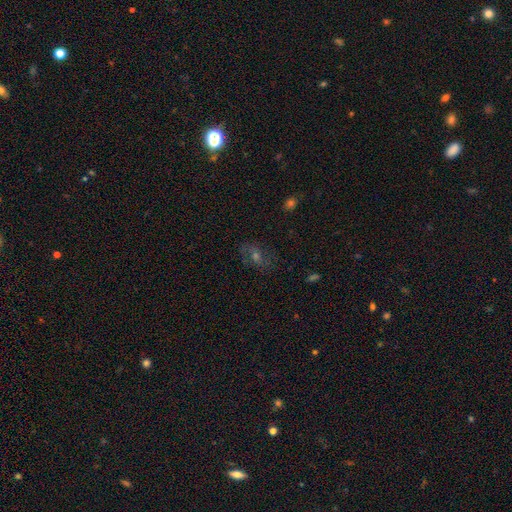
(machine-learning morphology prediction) smooth_or_featured: featured or disk (p=0.46) [alt: star or artifact p=0.27]
merging: none (p=0.77) [alt: minor disturbance p=0.14]